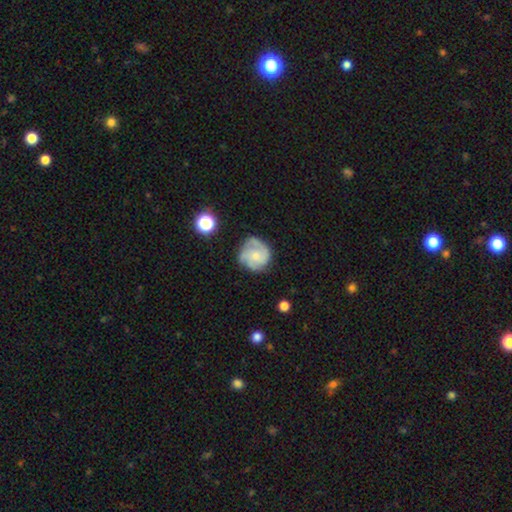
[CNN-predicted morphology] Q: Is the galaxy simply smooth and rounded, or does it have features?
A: featured or disk — 70%.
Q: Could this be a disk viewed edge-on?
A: no — 98%.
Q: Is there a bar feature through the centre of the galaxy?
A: no — 73%.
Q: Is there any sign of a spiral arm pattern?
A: yes — 93%.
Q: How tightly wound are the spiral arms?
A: tight — 49%.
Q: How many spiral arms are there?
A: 3 — 49%.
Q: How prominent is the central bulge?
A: small — 51%.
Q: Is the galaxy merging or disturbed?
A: none — 71%.